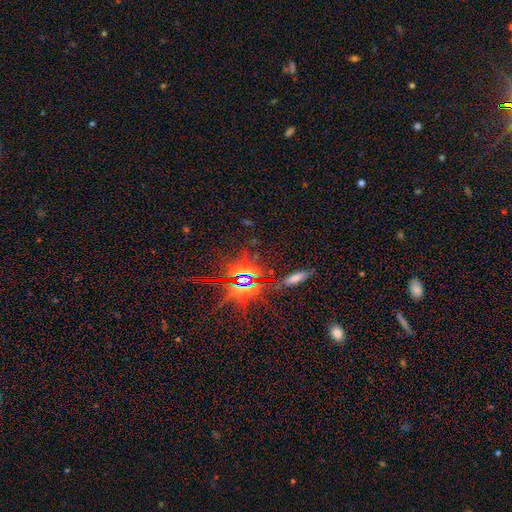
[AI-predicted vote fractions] Morphology: type=star or artifact (72%).